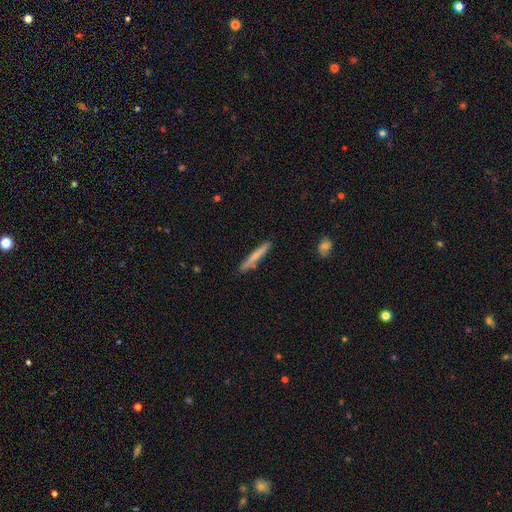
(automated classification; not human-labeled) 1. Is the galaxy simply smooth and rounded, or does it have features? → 67% smooth, 27% featured or disk, 6% star or artifact.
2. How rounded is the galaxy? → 96% cigar-shaped, 3% in between, 1% round.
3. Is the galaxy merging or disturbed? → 84% none, 11% minor disturbance, 2% merger, 2% major disturbance.